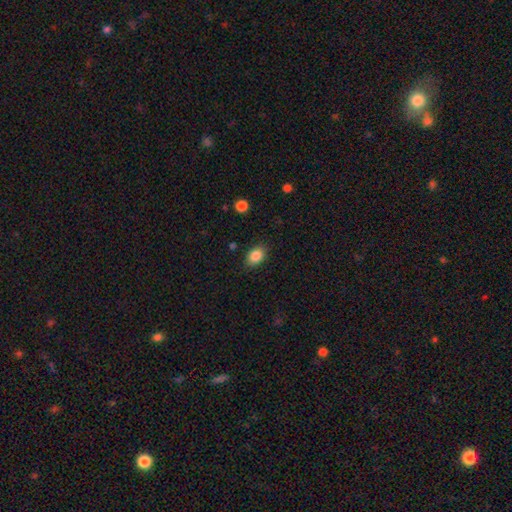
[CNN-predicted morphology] Smooth or featured? smooth (87%)
How rounded? in between (82%)
Merging? none (85%)